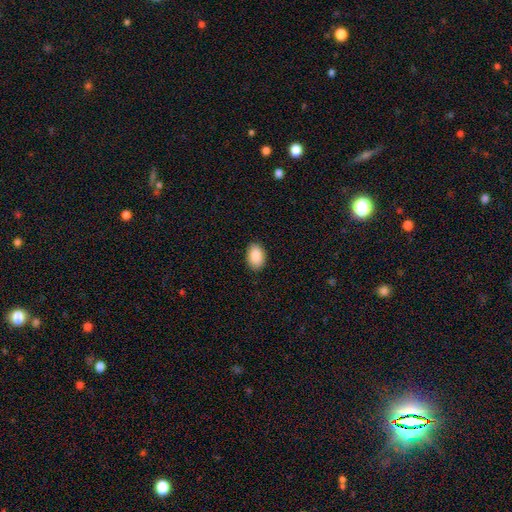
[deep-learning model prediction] Morphology: type=smooth (90%); roundness=in between (91%); merging=none (89%).